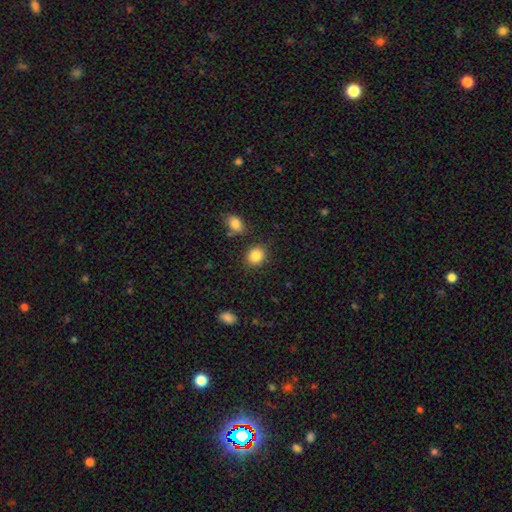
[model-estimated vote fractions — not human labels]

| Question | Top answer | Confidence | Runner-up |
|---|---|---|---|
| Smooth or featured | smooth | 87% | star or artifact (9%) |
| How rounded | round | 68% | in between (31%) |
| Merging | none | 82% | minor disturbance (10%) |